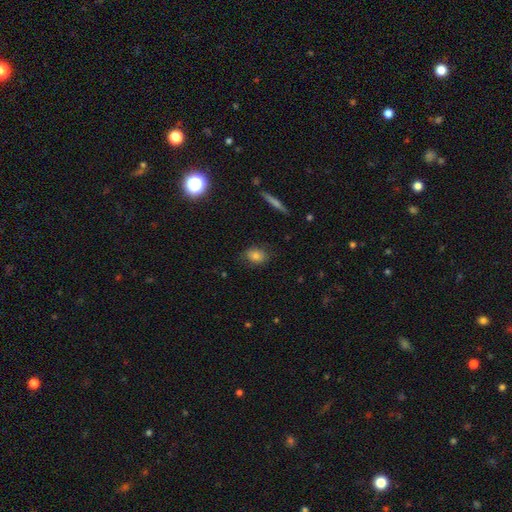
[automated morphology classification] The model was most divided on "how rounded": in between: 63%, round: 35%, cigar-shaped: 2%. More confident: smooth or featured — smooth (79%); merging — none (79%).